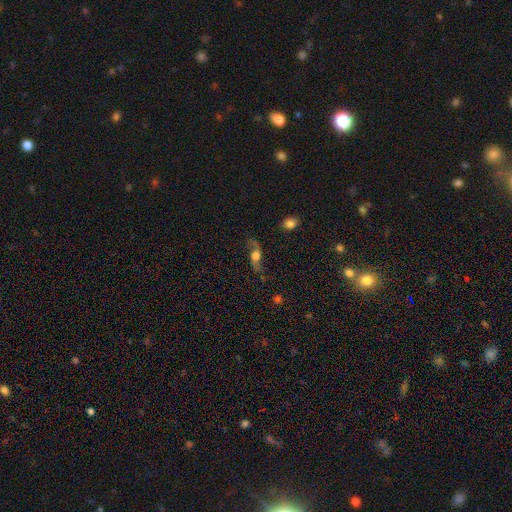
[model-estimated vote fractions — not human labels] Morphology: type=featured or disk (68%); edge-on=no (79%); bar=no (70%); spiral arms=yes (90%); bulge=large (44%); merging=none (71%).